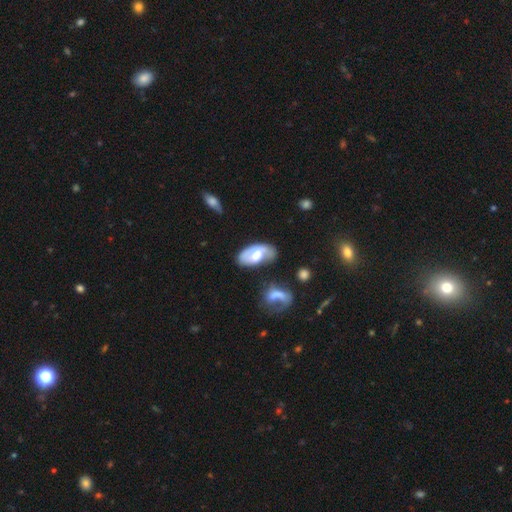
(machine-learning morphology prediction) smooth_or_featured: featured or disk (p=0.47) [alt: smooth p=0.46]
merging: none (p=0.49) [alt: minor disturbance p=0.26]